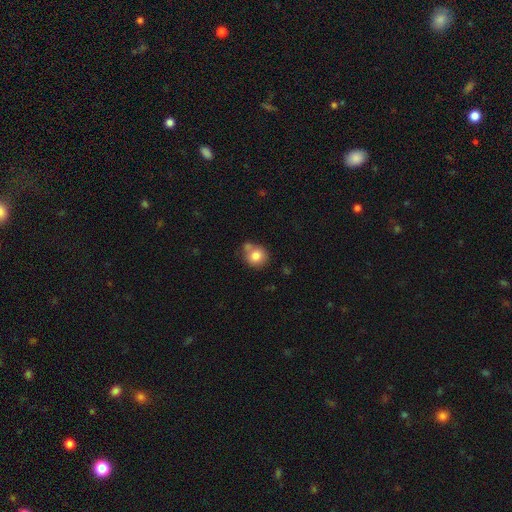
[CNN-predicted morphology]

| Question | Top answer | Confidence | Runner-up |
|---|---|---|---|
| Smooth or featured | smooth | 82% | star or artifact (9%) |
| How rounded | round | 84% | in between (15%) |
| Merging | none | 56% | merger (23%) |